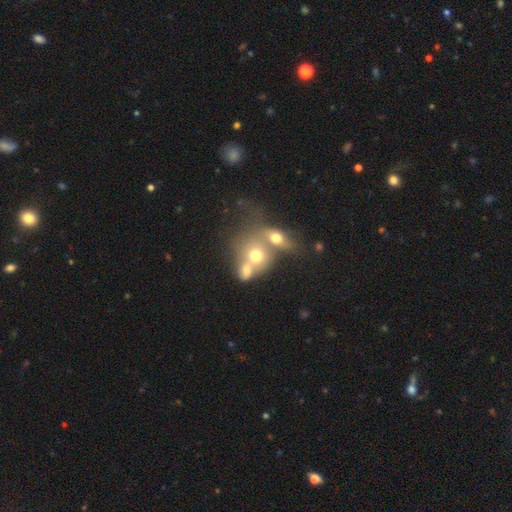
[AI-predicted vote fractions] smooth-or-featured: smooth: 63% | featured or disk: 24% | star or artifact: 14%
  how-rounded: round: 63% | in between: 36% | cigar-shaped: 1%
  merging: merger: 66% | none: 20% | minor disturbance: 7% | major disturbance: 7%